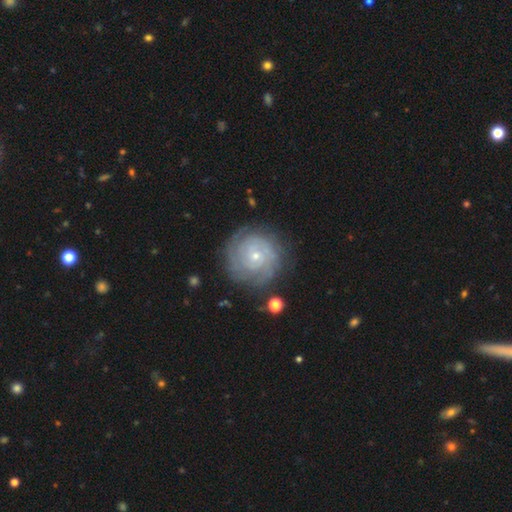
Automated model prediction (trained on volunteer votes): Overall: featured or disk (78%). Edge-on disk: no (98%). Bar: no (78%). Spiral arms: yes (92%). Spiral arm count: can't tell (39%; 2 19%). Spiral winding: tight (78%). Bulge size: small (78%). Merging: none (78%).